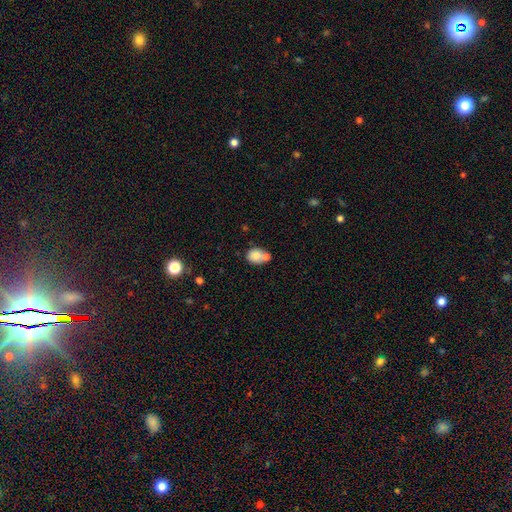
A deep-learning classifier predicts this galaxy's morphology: type=smooth (79%); roundness=round (57%); merging=none (41%, tied with merger).